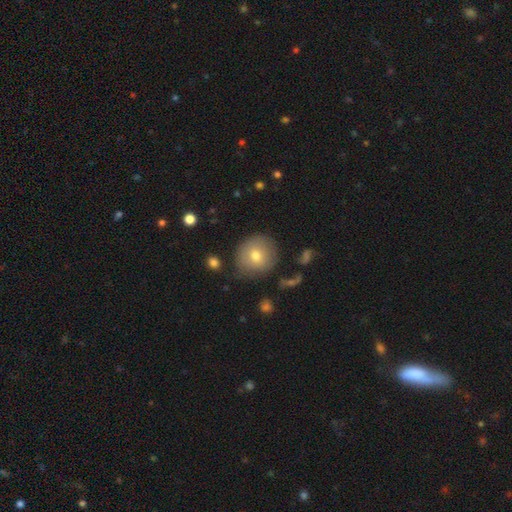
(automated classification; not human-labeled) smooth_or_featured: smooth (p=0.73) [alt: featured or disk p=0.17]
how_rounded: round (p=0.85) [alt: in between p=0.14]
merging: none (p=0.75) [alt: minor disturbance p=0.17]